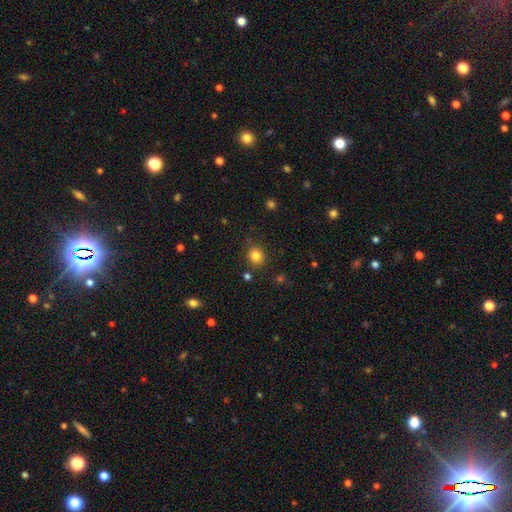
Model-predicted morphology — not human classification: Overall: smooth (83%). How rounded: round (80%). Merging: none (83%).